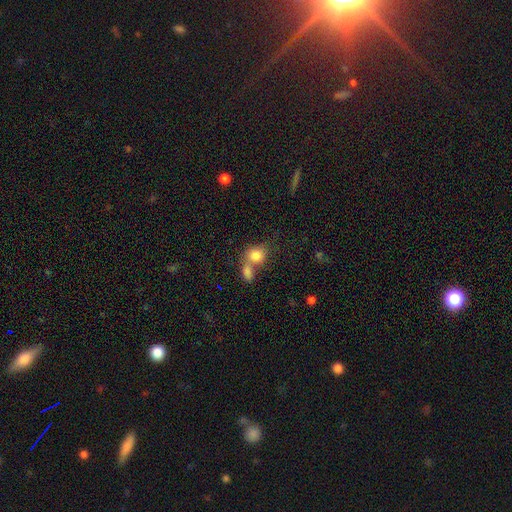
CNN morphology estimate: smooth-or-featured: smooth: 82% | featured or disk: 9% | star or artifact: 9%
  how-rounded: round: 56% | in between: 42% | cigar-shaped: 1%
  merging: merger: 50% | none: 35% | minor disturbance: 10% | major disturbance: 5%